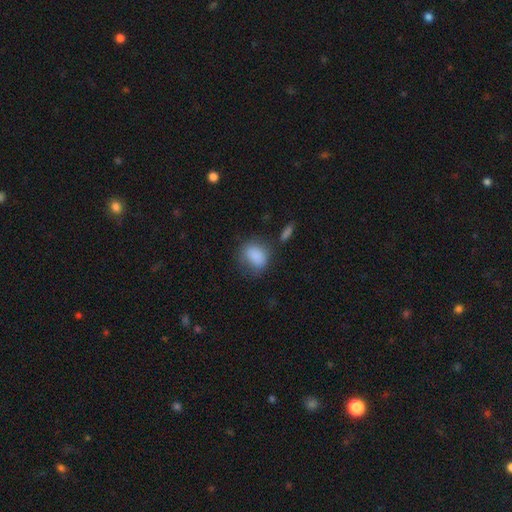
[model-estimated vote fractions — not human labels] Overall: smooth (85%). How rounded: in between (59%; round 40%). Merging: none (58%; minor disturbance 24%).